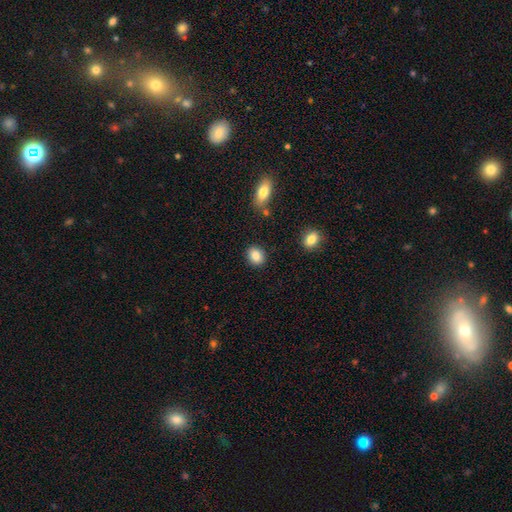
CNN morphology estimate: The model was most divided on "how rounded" (2-way tie): round: 49%, in between: 49%, cigar-shaped: 1%. More confident: merging — none (87%); smooth or featured — smooth (87%).